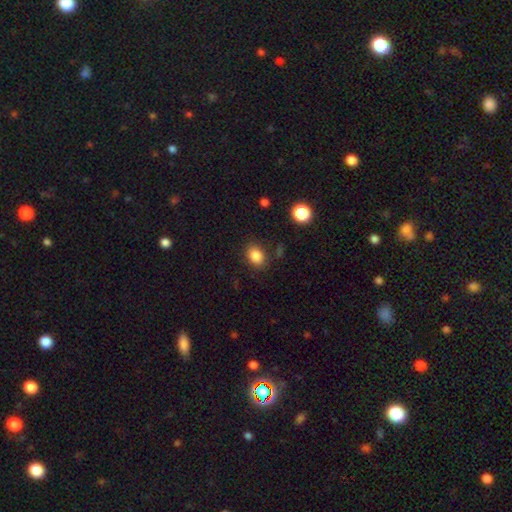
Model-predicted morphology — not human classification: This is clearly a smooth galaxy (85%). How rounded: likely in between (67%). Merging: clearly none (83%).